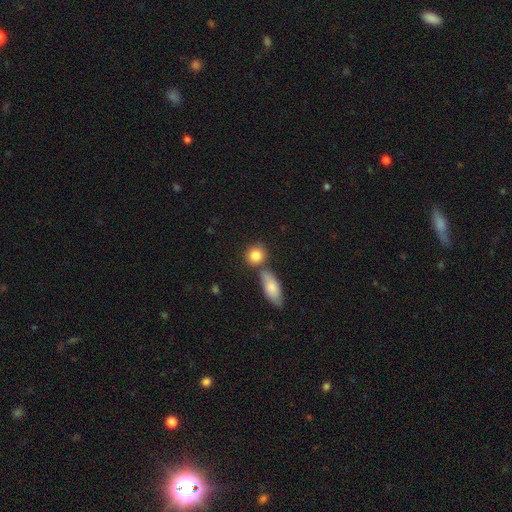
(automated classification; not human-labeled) This is clearly a smooth galaxy (84%). How rounded: likely round (72%). Merging: likely none (61%).